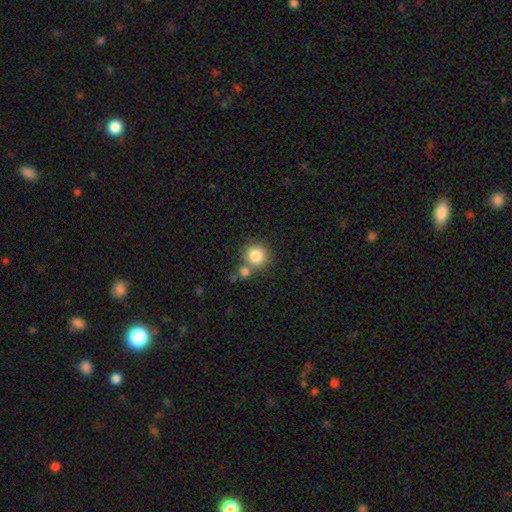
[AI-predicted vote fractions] Smooth or featured? Predicted: smooth (p=0.83). How rounded? Predicted: round (p=0.93). Merging? Predicted: none (p=0.64).